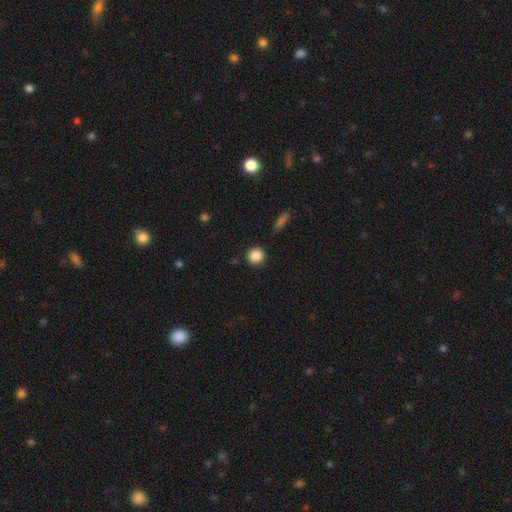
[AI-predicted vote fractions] smooth_or_featured: smooth (p=0.87) [alt: star or artifact p=0.09]
how_rounded: round (p=0.94) [alt: in between p=0.05]
merging: none (p=0.90) [alt: minor disturbance p=0.06]